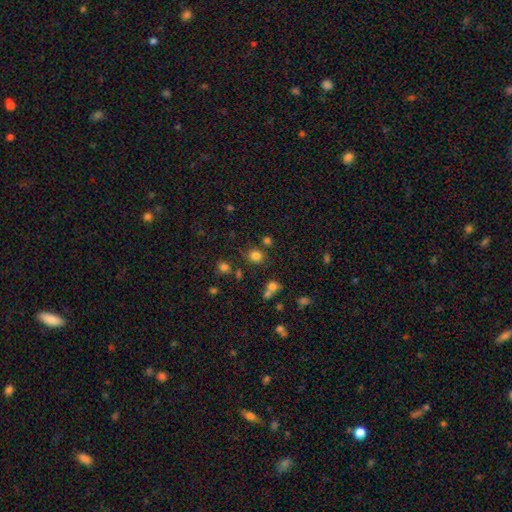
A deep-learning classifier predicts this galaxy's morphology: Overall: smooth (79%). How rounded: round (79%). Merging: none (77%).